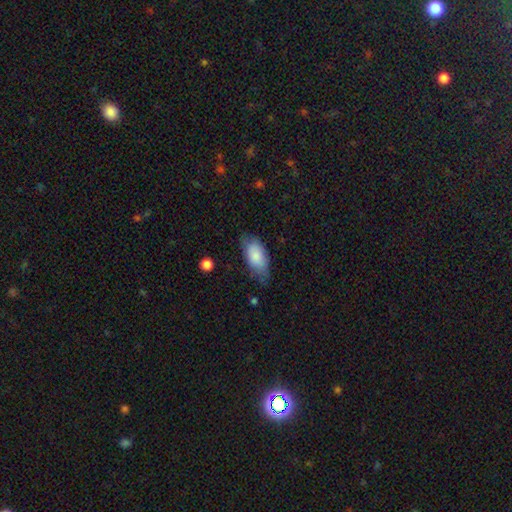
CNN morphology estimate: A smooth galaxy with no disk features (82%) that is in between round and cigar-shaped (91%).

Vote fractions:
- Smooth or featured? smooth: 82% / featured or disk: 12% / star or artifact: 6%
- How rounded? in between: 91% / cigar-shaped: 6% / round: 3%
- Merging? none: 63% / minor disturbance: 28% / major disturbance: 7% / merger: 2%